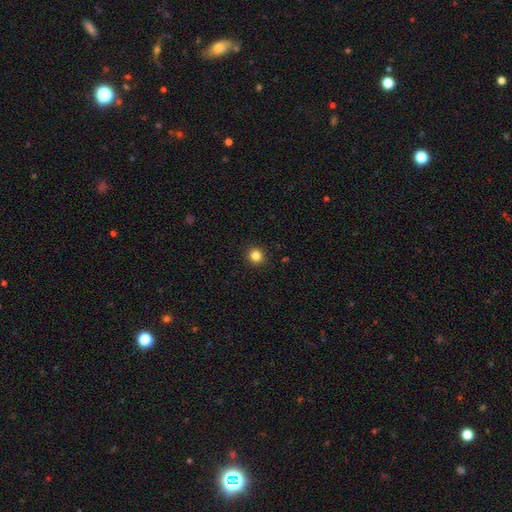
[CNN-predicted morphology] smooth_or_featured: smooth (p=0.84) [alt: star or artifact p=0.12]
how_rounded: round (p=0.90) [alt: in between p=0.09]
merging: none (p=0.92) [alt: minor disturbance p=0.05]